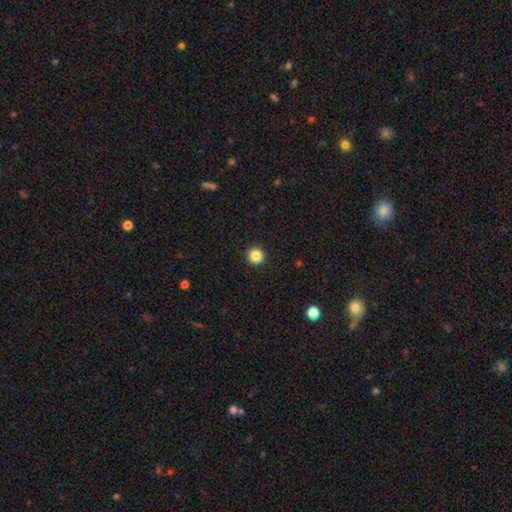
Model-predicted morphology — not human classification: Overall: smooth (85%). How rounded: round (96%). Merging: none (94%).